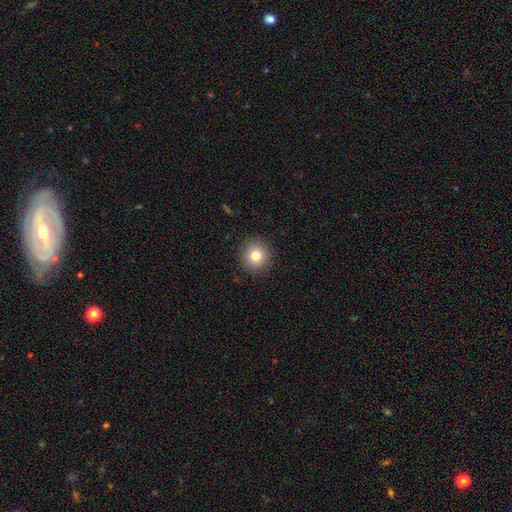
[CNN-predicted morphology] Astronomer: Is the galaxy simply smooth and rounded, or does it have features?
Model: smooth — 80%.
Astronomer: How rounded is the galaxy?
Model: round — 92%.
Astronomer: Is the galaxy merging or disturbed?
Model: none — 91%.